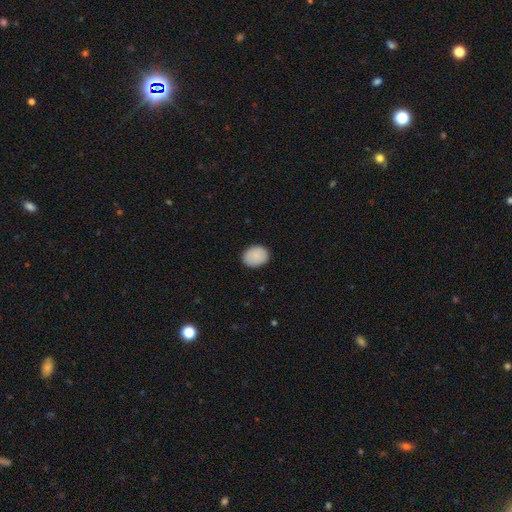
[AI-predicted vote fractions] smooth_or_featured: smooth (p=0.89) [alt: star or artifact p=0.07]
how_rounded: in between (p=0.62) [alt: round p=0.37]
merging: none (p=0.88) [alt: minor disturbance p=0.09]